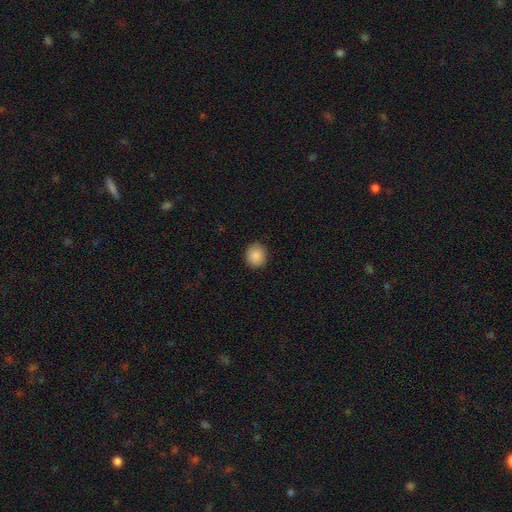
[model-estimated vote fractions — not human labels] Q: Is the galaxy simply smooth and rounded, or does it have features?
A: smooth — 89%.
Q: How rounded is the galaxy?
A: round — 79%.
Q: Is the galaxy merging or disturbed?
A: none — 89%.